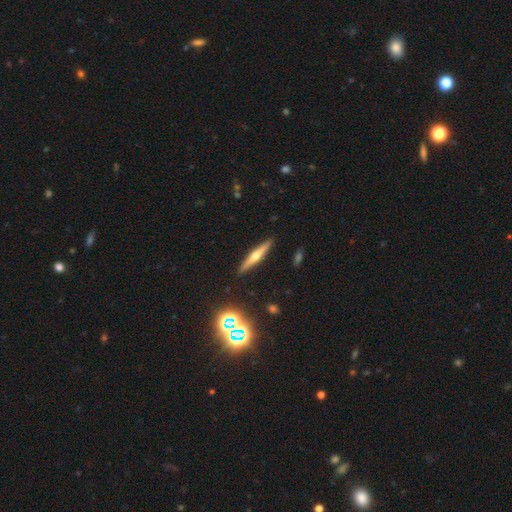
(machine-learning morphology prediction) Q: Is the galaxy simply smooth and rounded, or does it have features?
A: featured or disk — 62%.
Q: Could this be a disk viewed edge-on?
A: yes — 96%.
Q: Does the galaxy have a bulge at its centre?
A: rounded — 90%.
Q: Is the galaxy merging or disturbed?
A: none — 91%.